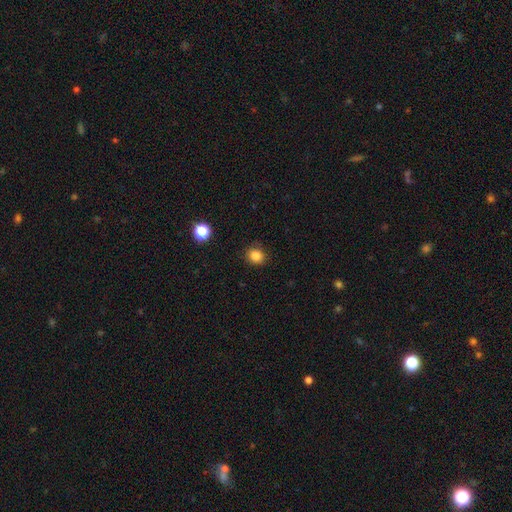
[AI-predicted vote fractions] Morphology: type=smooth (84%); roundness=round (79%); merging=none (88%).